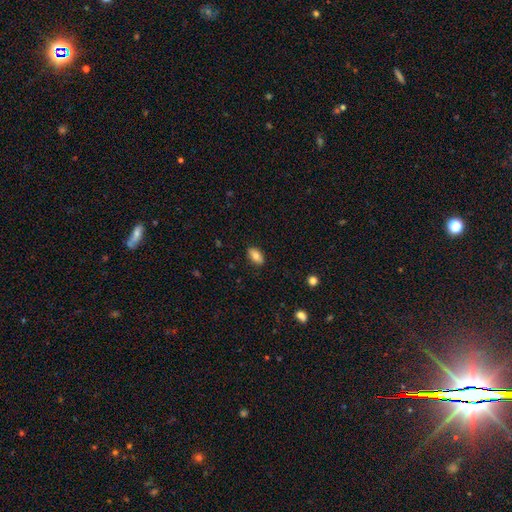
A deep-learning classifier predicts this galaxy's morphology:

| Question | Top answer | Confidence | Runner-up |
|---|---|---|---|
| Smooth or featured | smooth | 80% | featured or disk (12%) |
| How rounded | in between | 91% | round (6%) |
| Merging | none | 88% | minor disturbance (9%) |